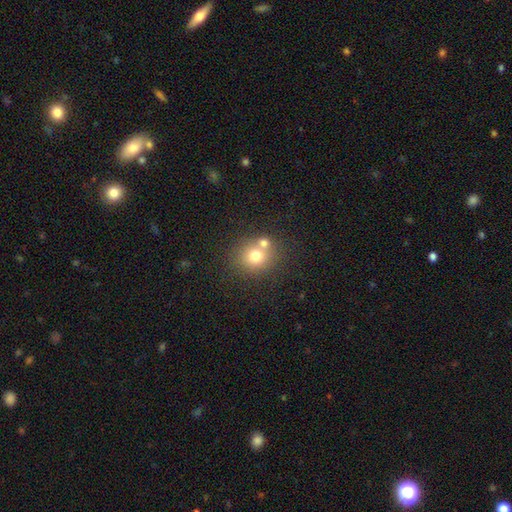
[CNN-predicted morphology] type=smooth (73%); roundness=round (81%); merging=none (55%).